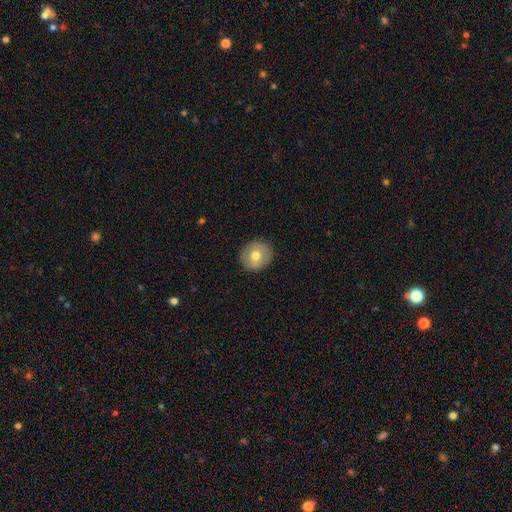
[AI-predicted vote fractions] smooth_or_featured: smooth (p=0.65) [alt: featured or disk p=0.28]
how_rounded: round (p=0.89) [alt: in between p=0.10]
merging: none (p=0.90) [alt: minor disturbance p=0.07]